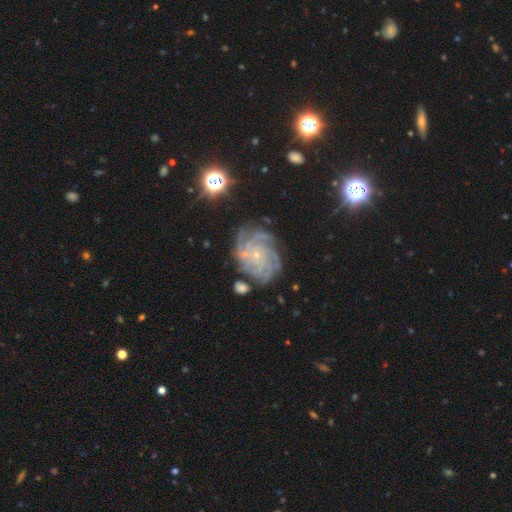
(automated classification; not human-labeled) smooth-or-featured: featured or disk: 86% | star or artifact: 8% | smooth: 6%
  disk-edge-on: no: 98% | yes: 2%
    bar: no: 76% | weak: 18% | strong: 5%
    has-spiral-arms: yes: 98% | no: 2%
      spiral-winding: tight: 73% | medium: 23% | loose: 4%
      spiral-arm-count: 4: 29% | more than 4: 27% | can't tell: 17% | 3: 11% | 2: 8% | 1: 7%
    bulge-size: small: 85% | moderate: 11% | none: 3% | large: 1% | dominant: 1%
  merging: none: 75% | minor disturbance: 16% | major disturbance: 6% | merger: 3%